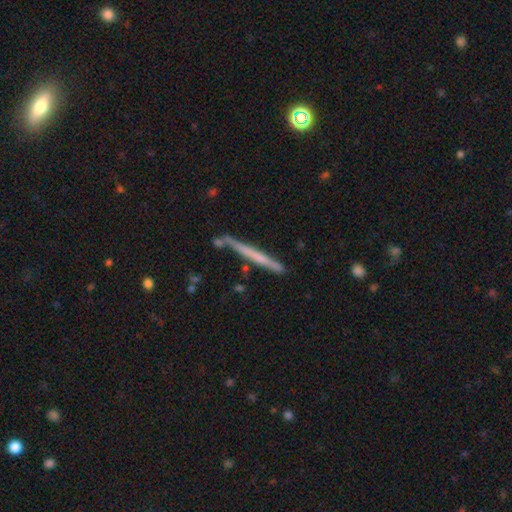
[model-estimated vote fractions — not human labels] A featured or disk galaxy (50%). Merging: none (80%).